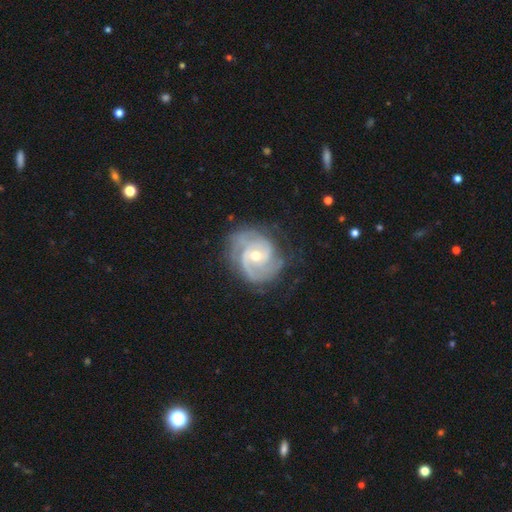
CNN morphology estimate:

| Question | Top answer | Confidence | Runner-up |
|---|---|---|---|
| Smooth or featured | featured or disk | 90% | smooth (6%) |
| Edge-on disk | no | 98% | yes (2%) |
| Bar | no | 55% | weak (37%) |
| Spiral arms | yes | 97% | no (3%) |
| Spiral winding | tight | 52% | medium (39%) |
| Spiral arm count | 2 | 51% | 3 (22%) |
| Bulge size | moderate | 52% | small (45%) |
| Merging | none | 69% | minor disturbance (20%) |